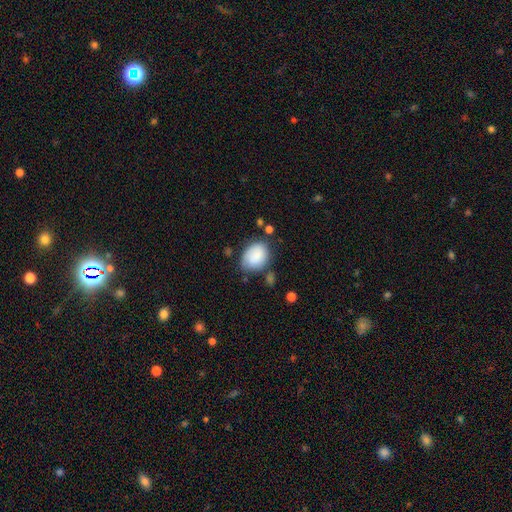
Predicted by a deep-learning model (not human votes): smooth_or_featured: smooth (p=0.84) [alt: featured or disk p=0.09]
how_rounded: in between (p=0.70) [alt: round p=0.29]
merging: none (p=0.62) [alt: minor disturbance p=0.25]